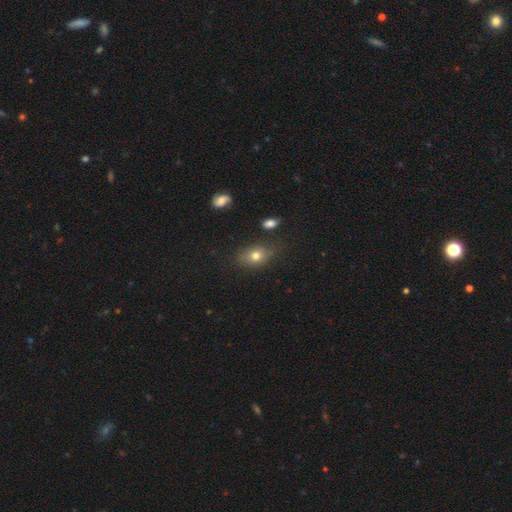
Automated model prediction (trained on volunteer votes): smooth-or-featured: smooth: 73% | featured or disk: 15% | star or artifact: 13%
  how-rounded: in between: 69% | round: 29% | cigar-shaped: 2%
  merging: none: 70% | minor disturbance: 20% | major disturbance: 7% | merger: 3%